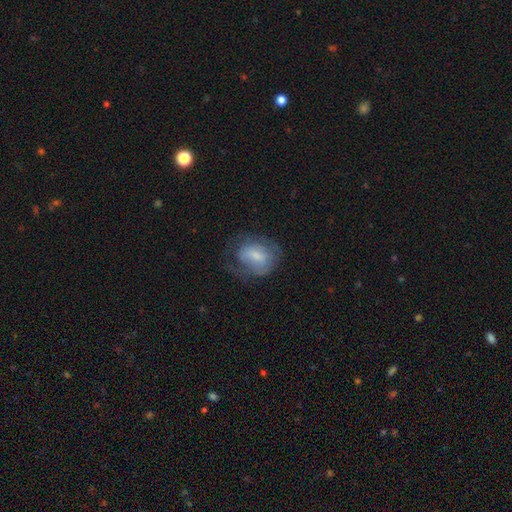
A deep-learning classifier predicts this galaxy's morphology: Smooth or featured? Predicted: smooth (p=0.50). Merging? Predicted: none (p=0.48).